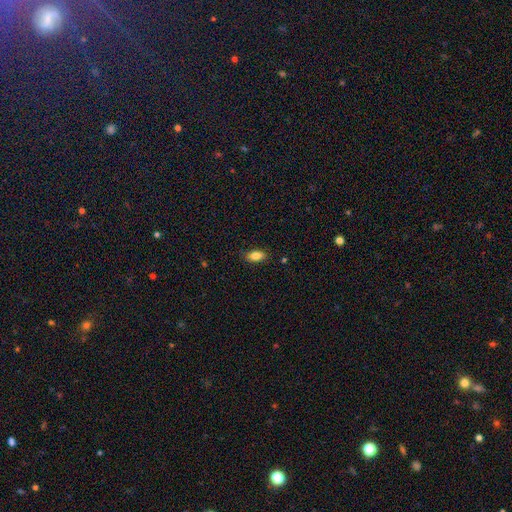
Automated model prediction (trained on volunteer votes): This appears to be a smooth galaxy with no disk features (83%) that is in between round and cigar-shaped (87%). Merging: none (85%).